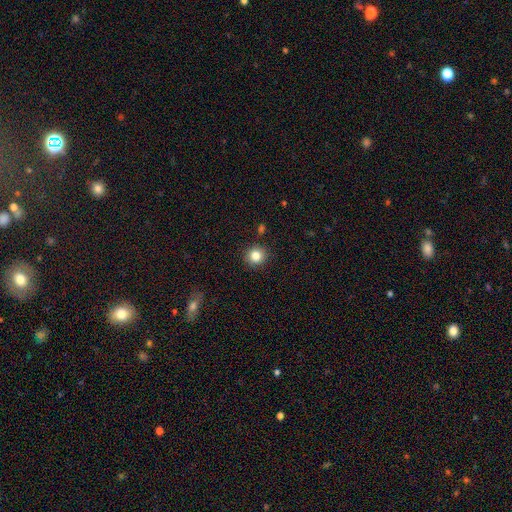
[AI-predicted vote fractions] A smooth galaxy with no disk features (83%) that is round (92%).

Vote fractions:
- Smooth or featured? smooth: 83% / star or artifact: 11% / featured or disk: 6%
- How rounded? round: 92% / in between: 7% / cigar-shaped: 1%
- Merging? none: 90% / minor disturbance: 6% / merger: 2% / major disturbance: 2%